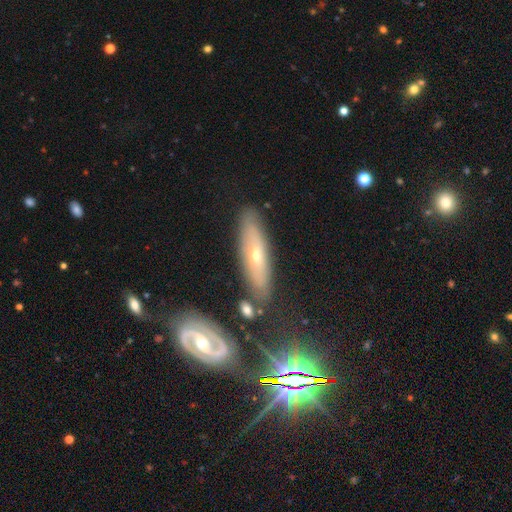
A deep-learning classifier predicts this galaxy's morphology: A featured or disk galaxy (54%).

Vote fractions:
- Smooth or featured? featured or disk: 54% / smooth: 34% / star or artifact: 13%
- Edge-on disk? no: 57% / yes: 43%
- Merging? none: 80% / minor disturbance: 13% / merger: 4% / major disturbance: 3%